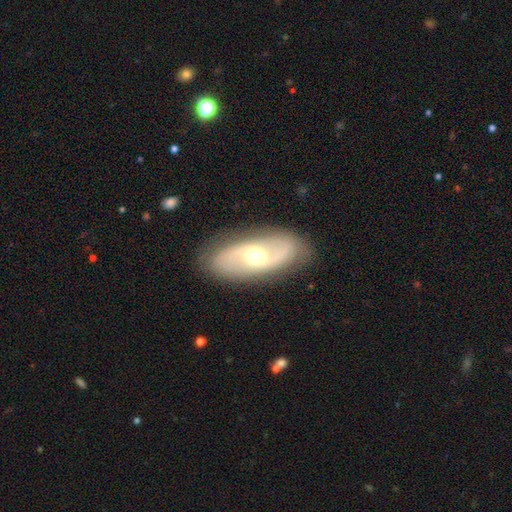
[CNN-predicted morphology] A featured or disk galaxy (76%) with no bar (43%), 2 (88%) loose (42%) spiral arms (86%) and a moderate central bulge (70%). Merging: none (84%).